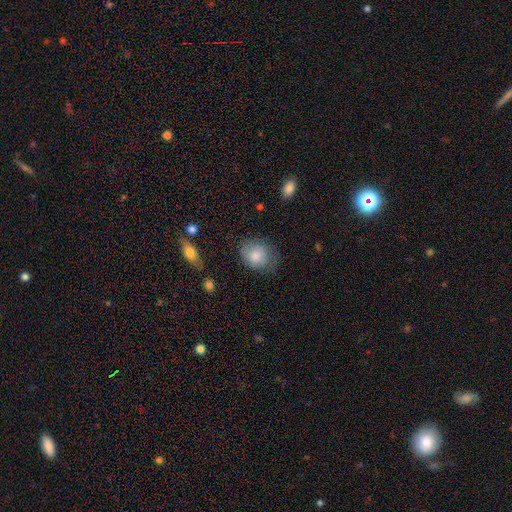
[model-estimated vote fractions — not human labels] This is likely a smooth galaxy (78%). How rounded: possibly round (56%). Merging: likely none (66%).